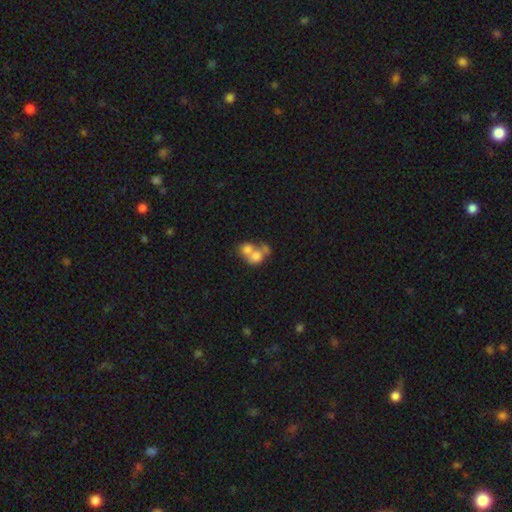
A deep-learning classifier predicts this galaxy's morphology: The model was most divided on "how rounded": round: 60%, in between: 39%, cigar-shaped: 1%. More confident: merging — merger (69%); smooth or featured — smooth (66%).